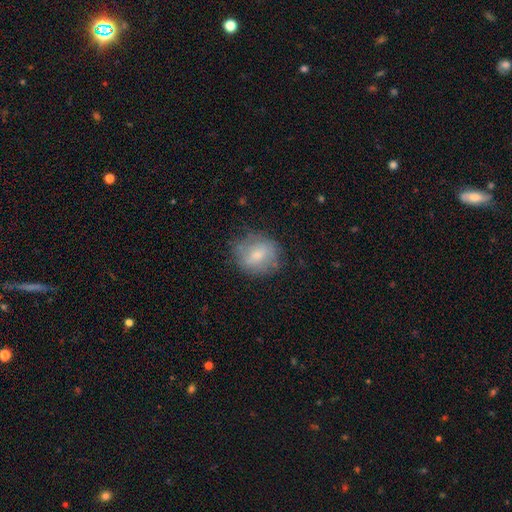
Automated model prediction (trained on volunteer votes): Smooth or featured?
  - smooth: 64% *
  - featured or disk: 28%
  - star or artifact: 8%
How rounded?
  - round: 77% *
  - in between: 22%
  - cigar-shaped: 1%
Merging?
  - none: 73% *
  - minor disturbance: 19%
  - major disturbance: 7%
  - merger: 1%